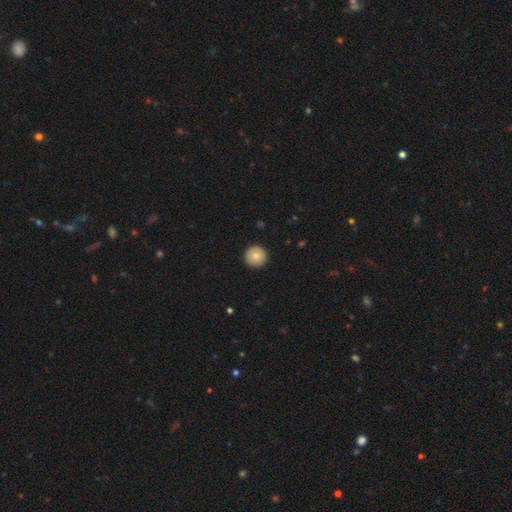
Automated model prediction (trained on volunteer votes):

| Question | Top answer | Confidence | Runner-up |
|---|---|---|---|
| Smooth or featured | smooth | 79% | featured or disk (13%) |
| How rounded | round | 97% | in between (2%) |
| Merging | none | 93% | minor disturbance (5%) |